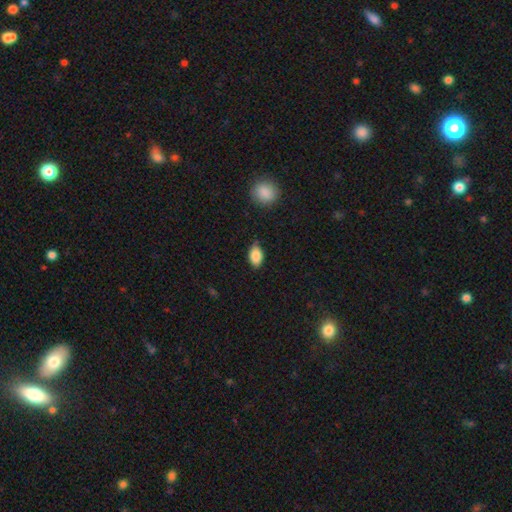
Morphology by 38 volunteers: smooth_or_featured: smooth (p=0.95) [alt: star or artifact p=0.05]
how_rounded: in between (p=0.89) [alt: round p=0.11]
merging: none (p=0.75) [alt: minor disturbance p=0.22]